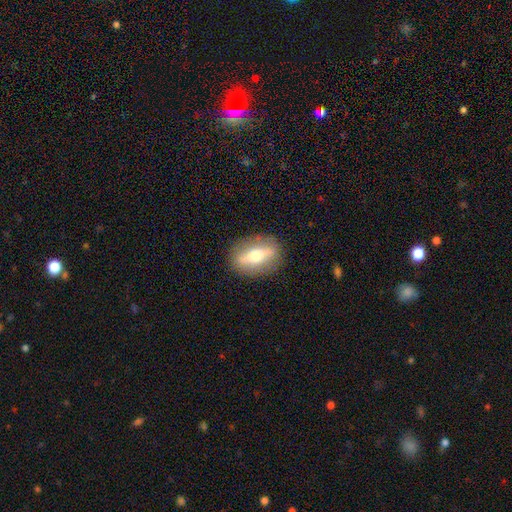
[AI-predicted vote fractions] Smooth or featured? Predicted: featured or disk (p=0.55). Edge-on disk? Predicted: yes (p=0.61). Merging? Predicted: none (p=0.86).